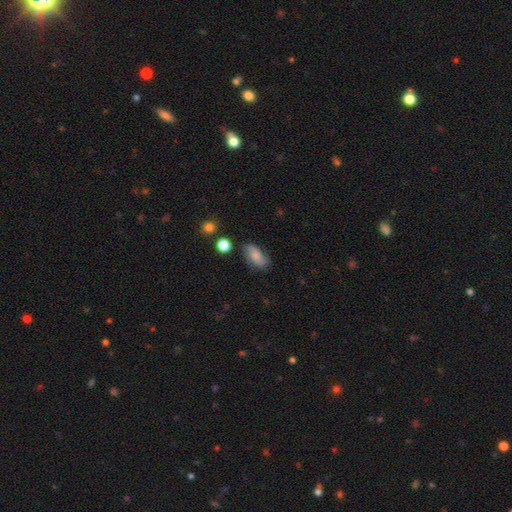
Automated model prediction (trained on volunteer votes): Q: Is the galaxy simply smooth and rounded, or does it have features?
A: smooth — 60%.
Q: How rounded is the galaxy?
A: in between — 89%.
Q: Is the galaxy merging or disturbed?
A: none — 69%.